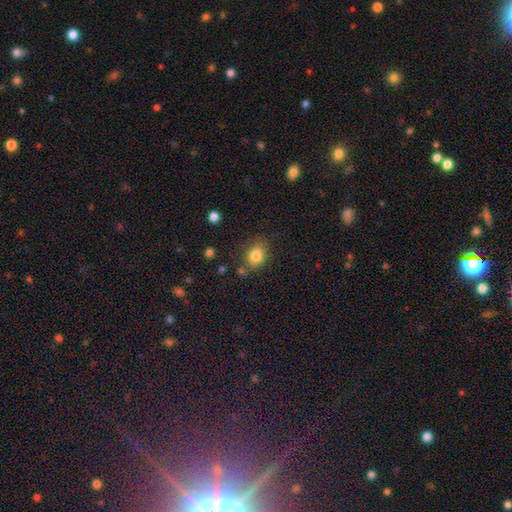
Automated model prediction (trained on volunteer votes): smooth-or-featured: smooth: 82% | star or artifact: 11% | featured or disk: 7%
  how-rounded: in between: 52% | round: 47% | cigar-shaped: 1%
  merging: none: 76% | minor disturbance: 15% | merger: 5% | major disturbance: 4%